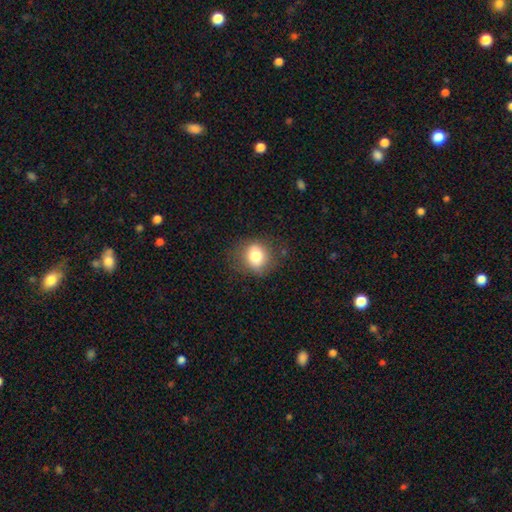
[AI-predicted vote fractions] Smooth or featured?
  - smooth: 78% *
  - featured or disk: 12%
  - star or artifact: 10%
How rounded?
  - round: 72% *
  - in between: 27%
  - cigar-shaped: 1%
Merging?
  - none: 76% *
  - minor disturbance: 17%
  - major disturbance: 6%
  - merger: 1%